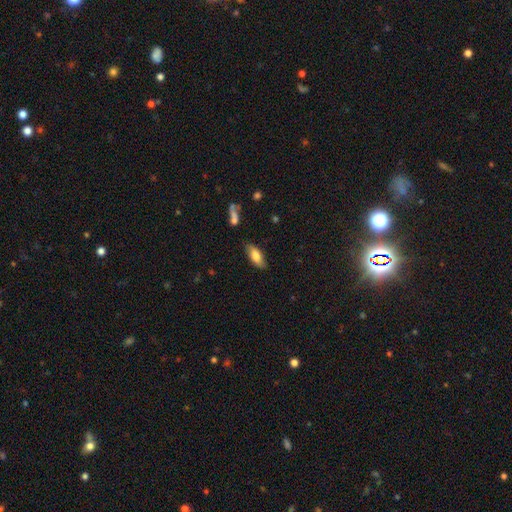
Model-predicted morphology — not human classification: Smooth or featured? Predicted: smooth (p=0.75). How rounded? Predicted: in between (p=0.79). Merging? Predicted: none (p=0.80).